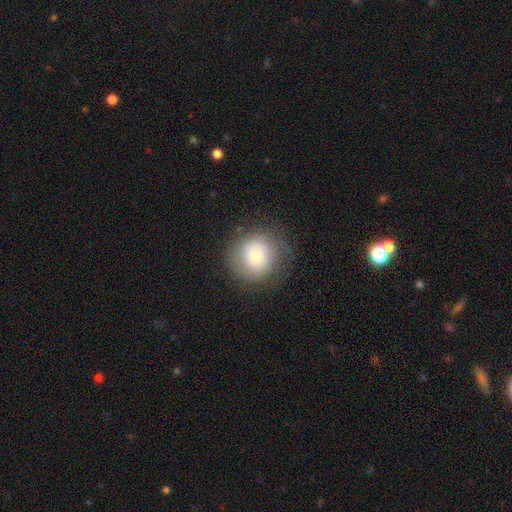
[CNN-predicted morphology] type=smooth (71%); roundness=round (92%); merging=none (79%).